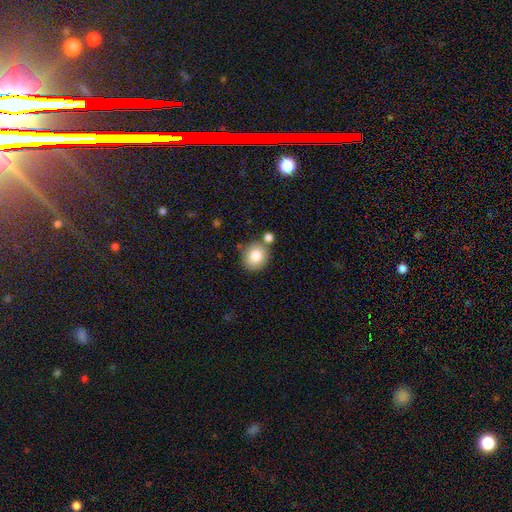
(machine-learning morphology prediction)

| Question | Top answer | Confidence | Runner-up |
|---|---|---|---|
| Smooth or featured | smooth | 82% | featured or disk (10%) |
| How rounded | round | 79% | in between (20%) |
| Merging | none | 71% | merger (14%) |